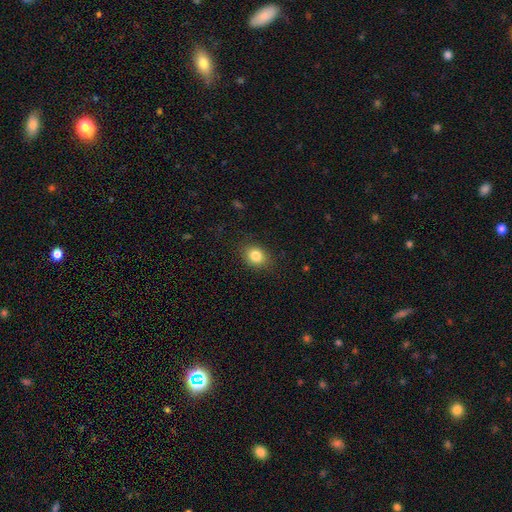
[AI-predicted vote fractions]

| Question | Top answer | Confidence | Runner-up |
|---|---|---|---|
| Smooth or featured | smooth | 84% | star or artifact (10%) |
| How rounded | in between | 51% | round (48%) |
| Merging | none | 86% | minor disturbance (10%) |